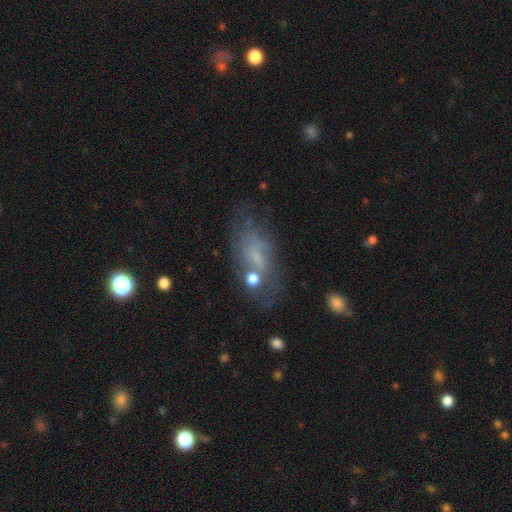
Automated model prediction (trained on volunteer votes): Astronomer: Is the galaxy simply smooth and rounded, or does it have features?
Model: featured or disk — 44% (runner-up: smooth, 42%).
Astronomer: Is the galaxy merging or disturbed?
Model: none — 49%.